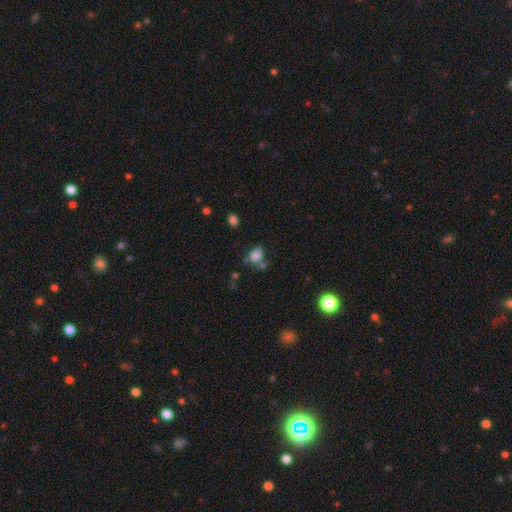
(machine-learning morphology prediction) This appears to be a smooth galaxy with no disk features (74%) that is in between round and cigar-shaped (72%). Merging: none (42%).